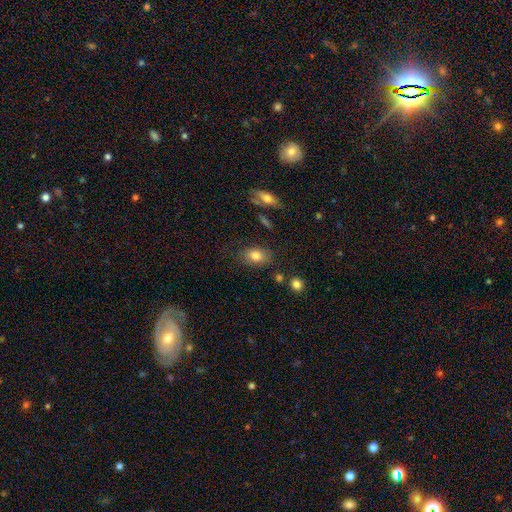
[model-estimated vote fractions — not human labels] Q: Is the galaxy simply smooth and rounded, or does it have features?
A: smooth — 81%.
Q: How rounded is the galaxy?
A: in between — 79%.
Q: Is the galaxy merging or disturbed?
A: none — 79%.